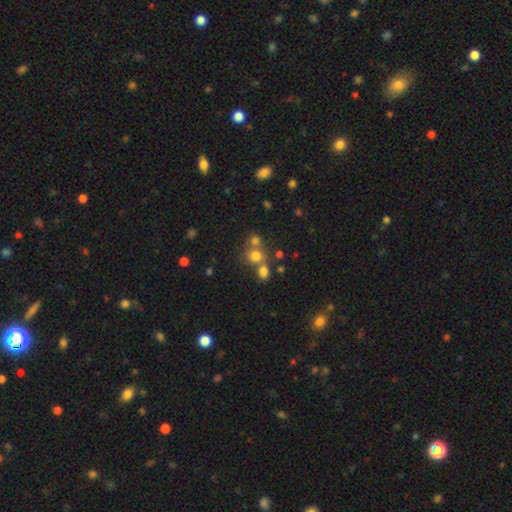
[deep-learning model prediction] A smooth galaxy with no disk features (71%) that is round (81%). Merging: none (51%).